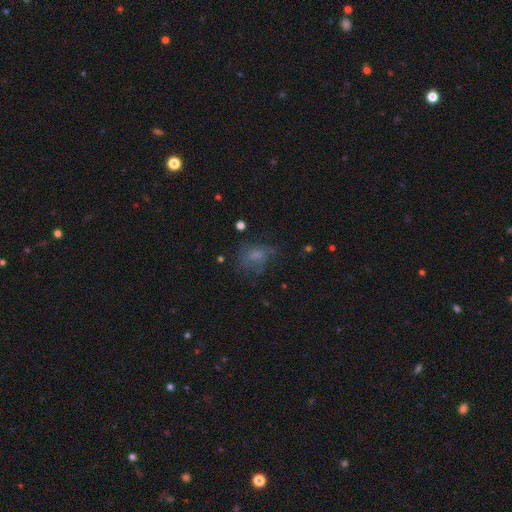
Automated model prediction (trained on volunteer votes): A smooth galaxy with no disk features (55%) that is in between round and cigar-shaped (61%). Merging: none (46%).